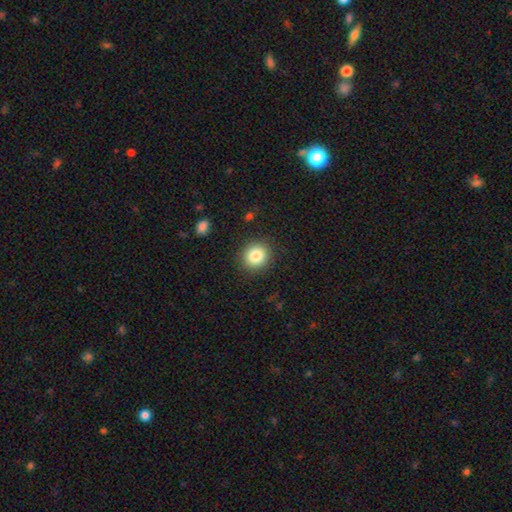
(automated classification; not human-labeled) The model was most divided on "how rounded": round: 83%, in between: 16%, cigar-shaped: 1%. More confident: merging — none (89%); smooth or featured — smooth (84%).